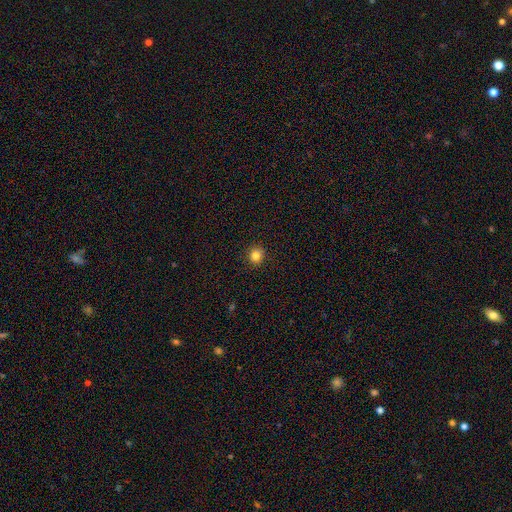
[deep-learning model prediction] Smooth or featured? Predicted: smooth (p=0.84). How rounded? Predicted: round (p=0.88). Merging? Predicted: none (p=0.92).